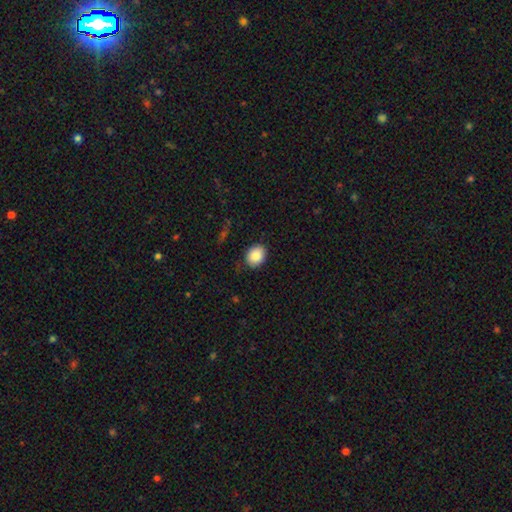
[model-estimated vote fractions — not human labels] Smooth or featured: smooth — 87% (star or artifact — 8%)
How rounded: in between — 52% (round — 47%)
Merging: none — 81% (minor disturbance — 14%)